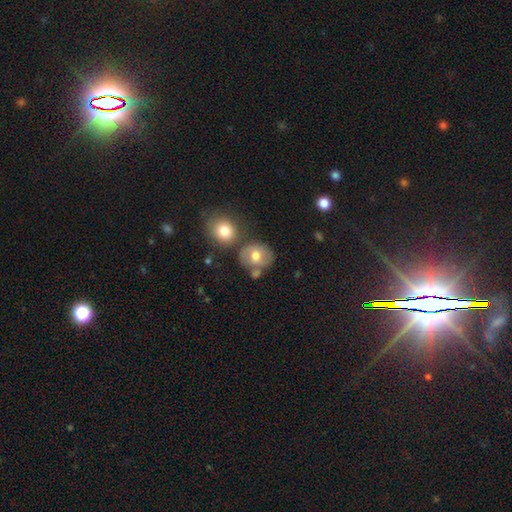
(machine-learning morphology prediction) Smooth or featured?
  - smooth: 61% *
  - featured or disk: 30%
  - star or artifact: 9%
How rounded?
  - round: 66% *
  - in between: 33%
  - cigar-shaped: 1%
Merging?
  - none: 58% *
  - merger: 18%
  - minor disturbance: 17%
  - major disturbance: 7%